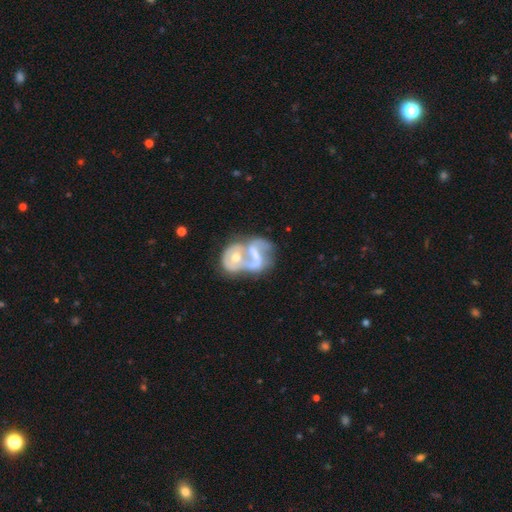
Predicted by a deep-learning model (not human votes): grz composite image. It shows a featured or disk galaxy (74%) with a weak bar (39%), 2 (69%) loose (46%) spiral arms (74%) and a moderate central bulge (44%). Merging: merger (70%).